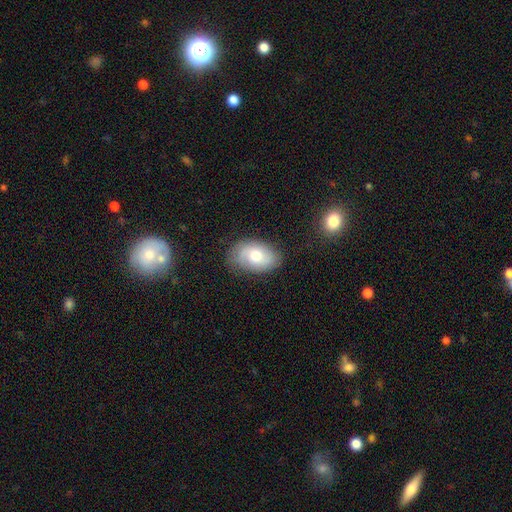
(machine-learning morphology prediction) type=smooth (58%); roundness=in between (87%); merging=none (77%).